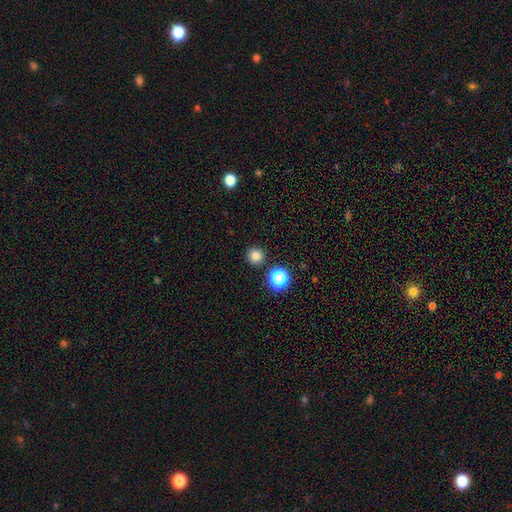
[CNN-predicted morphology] The model was most divided on "smooth or featured": smooth: 81%, star or artifact: 15%, featured or disk: 4%. More confident: how rounded — round (95%); merging — none (90%).